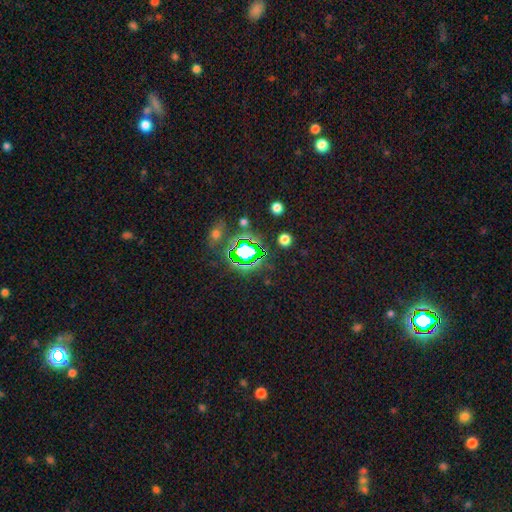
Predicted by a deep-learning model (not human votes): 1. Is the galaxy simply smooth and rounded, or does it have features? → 77% star or artifact, 15% smooth, 8% featured or disk.